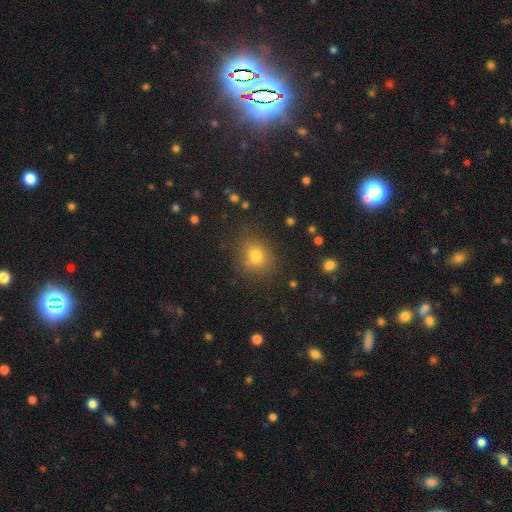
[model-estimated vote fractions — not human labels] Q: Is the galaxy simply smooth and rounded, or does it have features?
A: smooth — 76%.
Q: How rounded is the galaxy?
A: round — 75%.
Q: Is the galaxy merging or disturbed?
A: none — 79%.